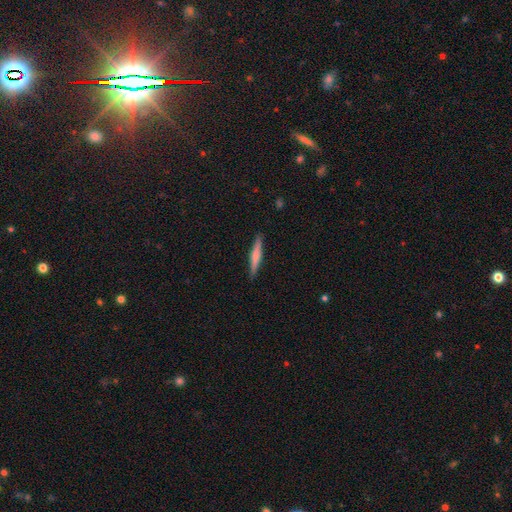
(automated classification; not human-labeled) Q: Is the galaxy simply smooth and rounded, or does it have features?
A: smooth — 52%.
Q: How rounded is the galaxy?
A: cigar-shaped — 93%.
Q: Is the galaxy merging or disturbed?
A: none — 90%.